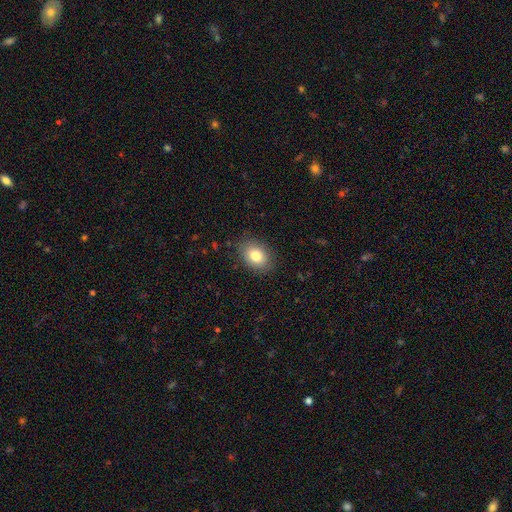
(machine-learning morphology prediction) Smooth or featured: smooth — 81% (featured or disk — 10%)
How rounded: in between — 73% (round — 26%)
Merging: none — 85% (minor disturbance — 11%)